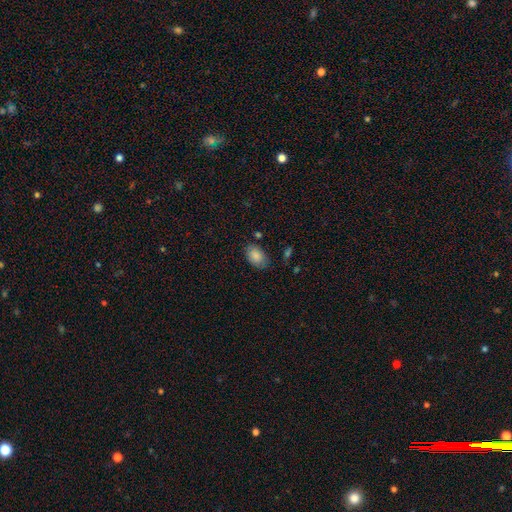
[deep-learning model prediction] Smooth or featured? smooth (86%)
How rounded? in between (89%)
Merging? none (77%)